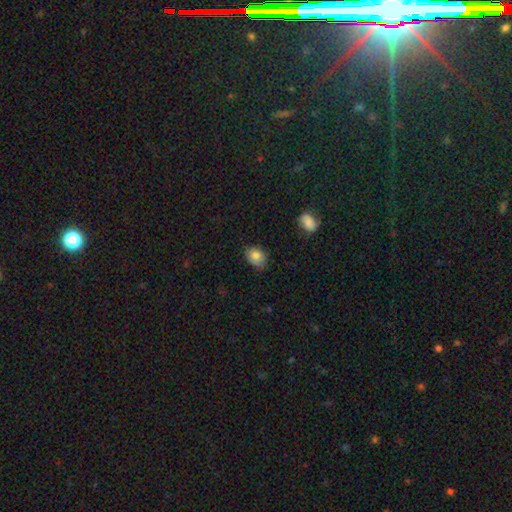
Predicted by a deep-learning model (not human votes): Morphology: type=smooth (81%); roundness=in between (67%); merging=none (70%).